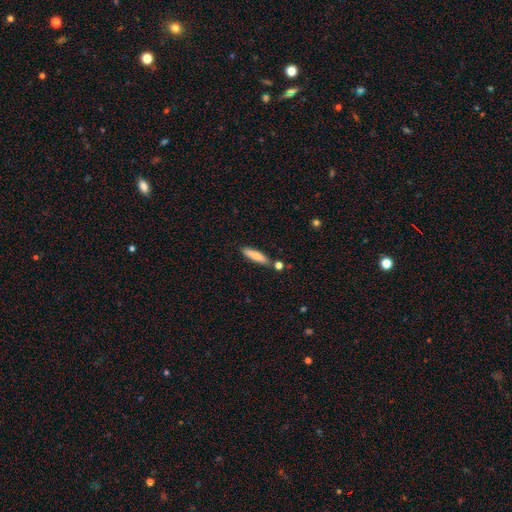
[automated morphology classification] smooth-or-featured: smooth: 74% | featured or disk: 20% | star or artifact: 6%
  how-rounded: cigar-shaped: 70% | in between: 28% | round: 2%
  merging: none: 77% | minor disturbance: 12% | merger: 8% | major disturbance: 2%